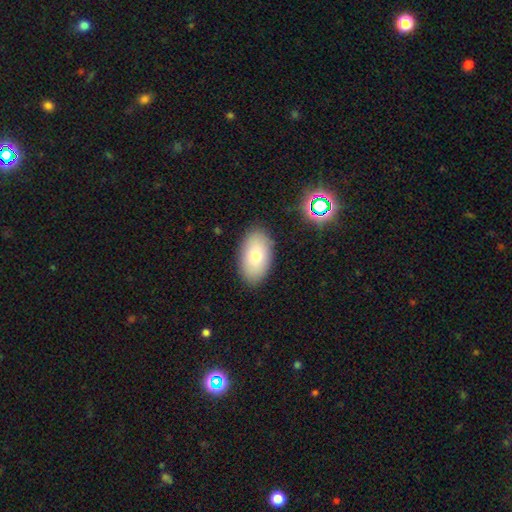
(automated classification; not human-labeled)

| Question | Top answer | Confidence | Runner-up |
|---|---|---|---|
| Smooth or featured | smooth | 75% | featured or disk (16%) |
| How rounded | in between | 92% | round (6%) |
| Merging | none | 87% | minor disturbance (9%) |